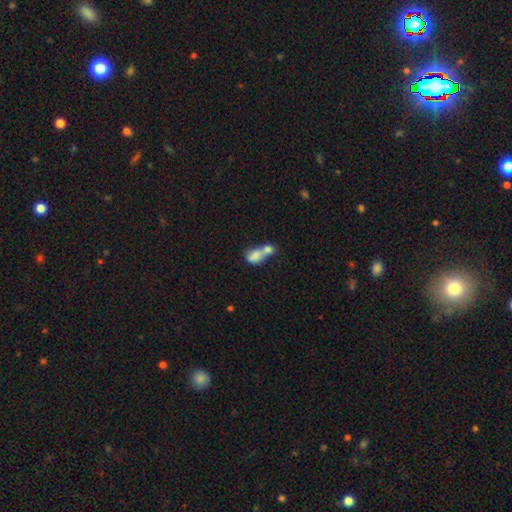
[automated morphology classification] This appears to be a smooth galaxy with no disk features (72%) that is in between round and cigar-shaped (67%). Merging: merger (75%).